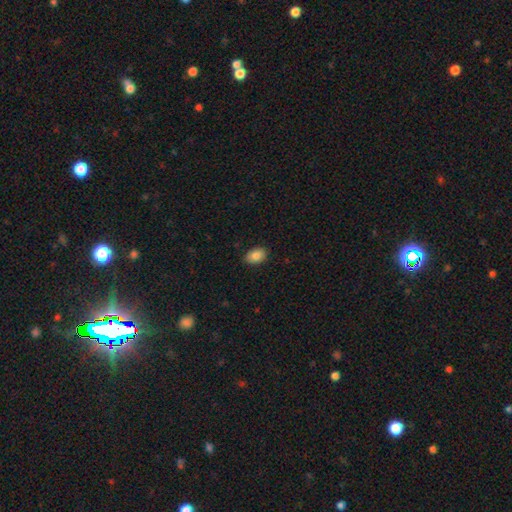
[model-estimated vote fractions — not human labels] Q: Smooth or featured?
A: smooth (85%); runner-up: star or artifact (8%)
Q: How rounded?
A: in between (82%); runner-up: round (16%)
Q: Merging?
A: none (87%); runner-up: minor disturbance (11%)